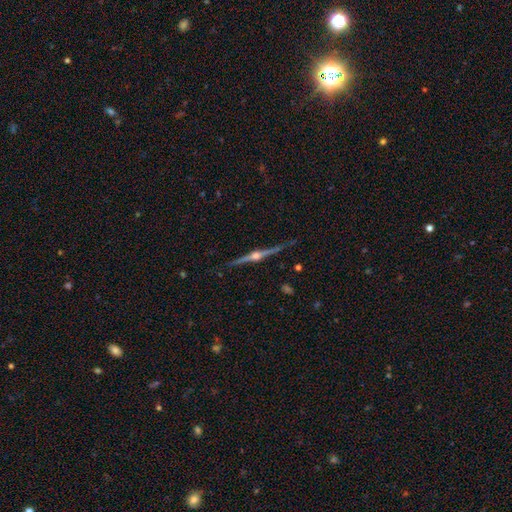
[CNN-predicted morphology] The model was most divided on "merging": none: 88%, minor disturbance: 9%, major disturbance: 2%, merger: 1%. More confident: edge-on disk — yes (98%); edge-on bulge — rounded (95%); smooth or featured — featured or disk (89%).